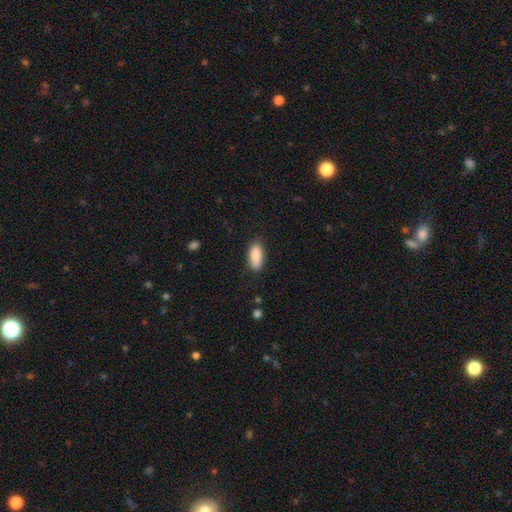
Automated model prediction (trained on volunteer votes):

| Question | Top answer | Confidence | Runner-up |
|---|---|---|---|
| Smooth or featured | smooth | 89% | star or artifact (6%) |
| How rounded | in between | 84% | cigar-shaped (14%) |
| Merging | none | 86% | minor disturbance (11%) |